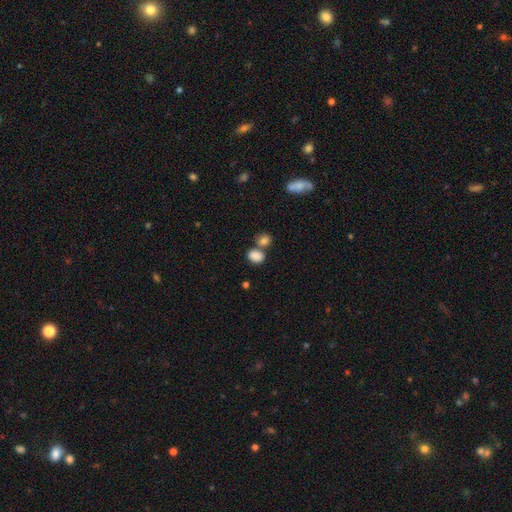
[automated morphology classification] A smooth galaxy with no disk features (85%) that is in between round and cigar-shaped (67%). Merging: none (46%).